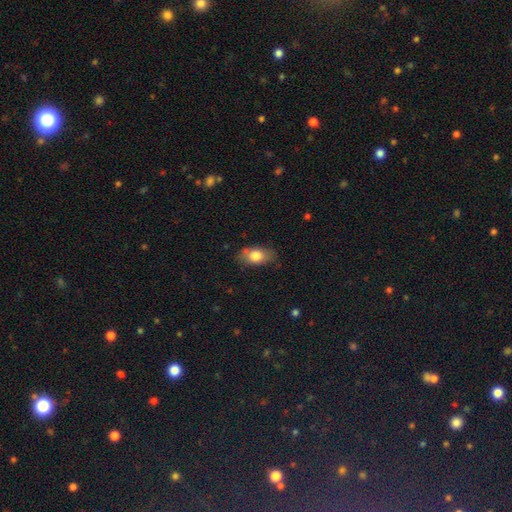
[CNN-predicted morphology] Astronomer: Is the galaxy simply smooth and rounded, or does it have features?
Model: smooth — 78%.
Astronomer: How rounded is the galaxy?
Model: in between — 86%.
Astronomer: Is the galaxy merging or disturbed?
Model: none — 72%.